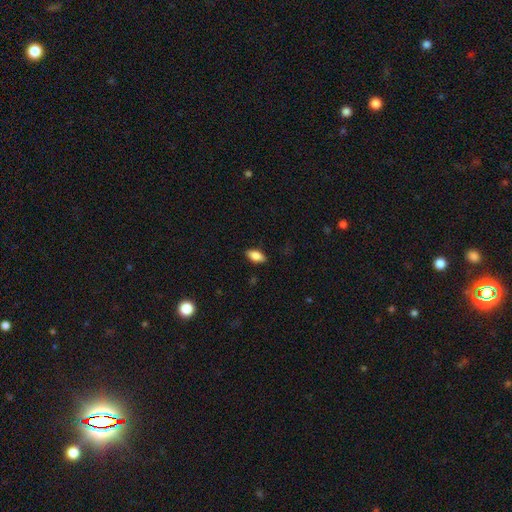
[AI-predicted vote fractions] This is clearly a smooth galaxy (81%). How rounded: clearly in between (89%). Merging: clearly none (86%).